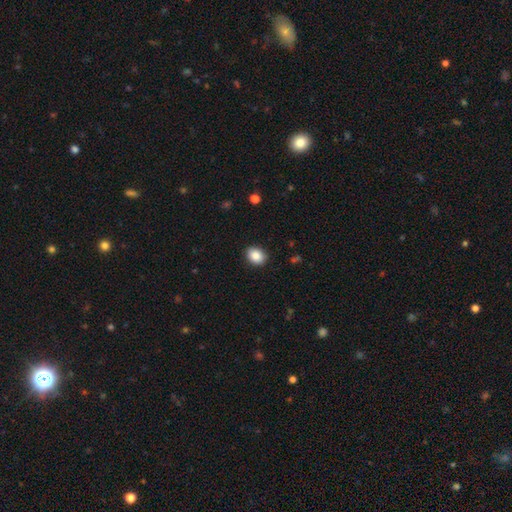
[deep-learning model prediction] Morphology: type=smooth (86%); roundness=in between (57%); merging=none (89%).